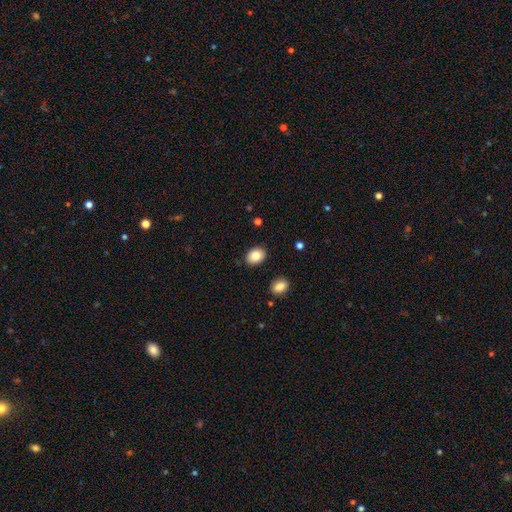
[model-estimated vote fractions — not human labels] The model was most divided on "how rounded": in between: 64%, round: 35%, cigar-shaped: 1%. More confident: merging — none (88%); smooth or featured — smooth (84%).